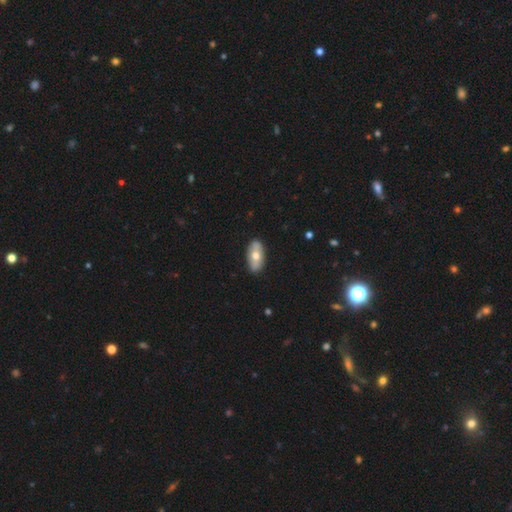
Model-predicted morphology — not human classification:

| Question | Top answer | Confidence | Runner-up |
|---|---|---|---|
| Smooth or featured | smooth | 58% | featured or disk (37%) |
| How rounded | in between | 89% | cigar-shaped (7%) |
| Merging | none | 86% | minor disturbance (11%) |